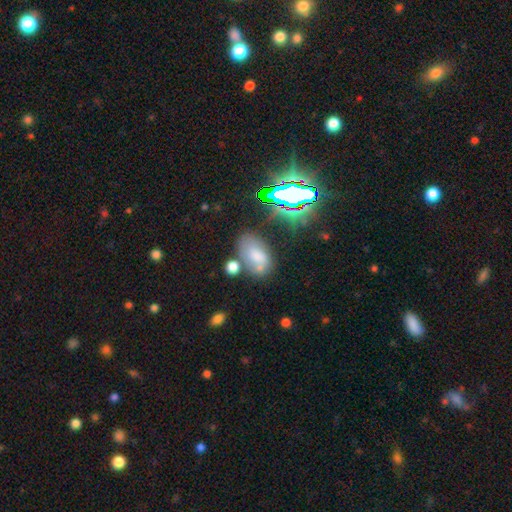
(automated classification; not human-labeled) smooth-or-featured: smooth: 56% | star or artifact: 22% | featured or disk: 21%
  how-rounded: in between: 89% | round: 9% | cigar-shaped: 2%
  merging: none: 53% | minor disturbance: 22% | merger: 15% | major disturbance: 10%